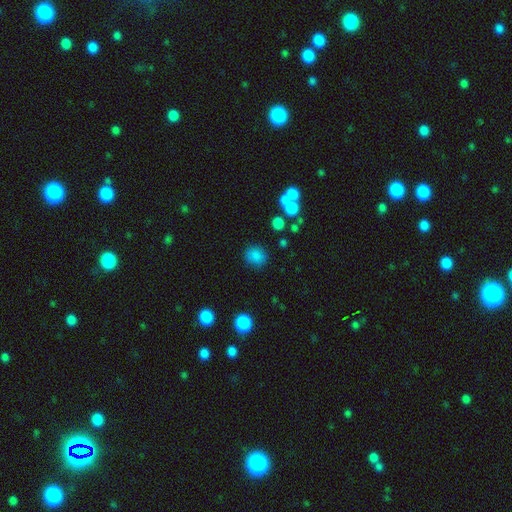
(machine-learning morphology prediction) smooth-or-featured: smooth: 82% | star or artifact: 12% | featured or disk: 6%
  how-rounded: round: 77% | in between: 22% | cigar-shaped: 1%
  merging: none: 83% | minor disturbance: 10% | merger: 4% | major disturbance: 4%